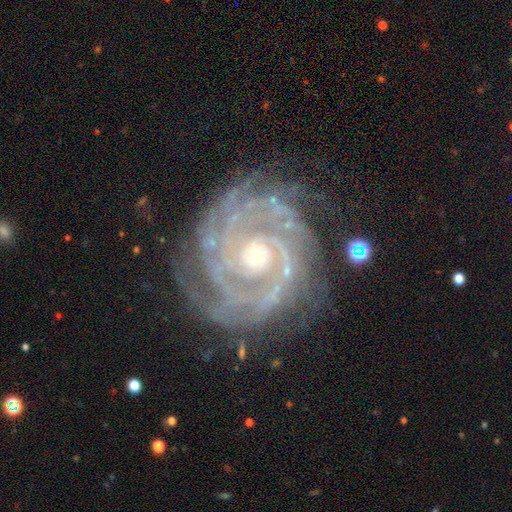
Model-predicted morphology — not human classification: Smooth or featured: featured or disk — 91% (star or artifact — 6%)
Edge-on disk: no — 97% (yes — 3%)
Bar: no — 76% (weak — 16%)
Spiral arms: yes — 98% (no — 2%)
Spiral winding: tight — 81% (medium — 16%)
Spiral arm count: 2 — 25% (3 — 20%)
Bulge size: small — 69% (moderate — 28%)
Merging: none — 75% (minor disturbance — 16%)